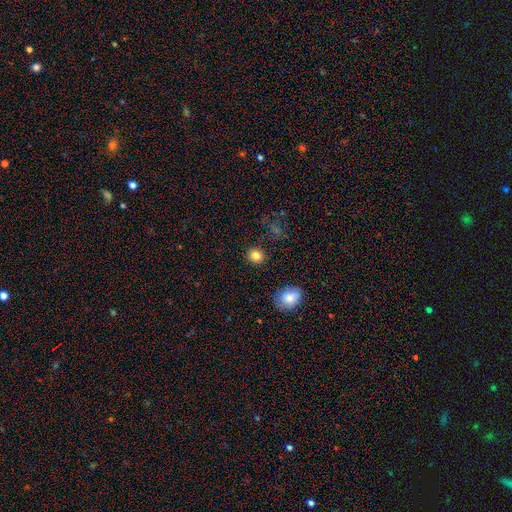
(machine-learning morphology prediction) Smooth or featured? smooth (83%)
How rounded? round (76%)
Merging? none (88%)